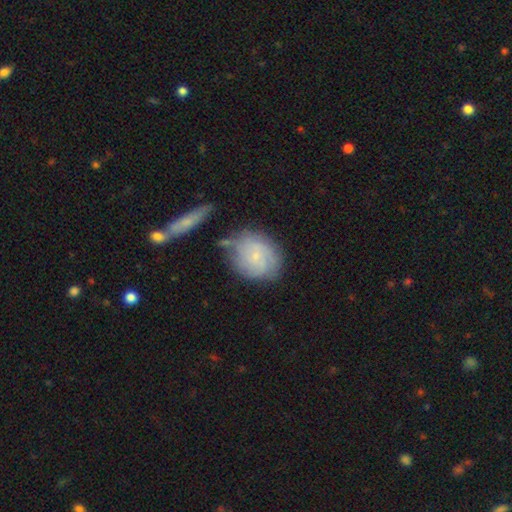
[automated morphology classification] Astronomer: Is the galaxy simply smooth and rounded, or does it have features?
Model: featured or disk — 46%, tied with smooth at 46%.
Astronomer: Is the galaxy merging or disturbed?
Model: none — 64%.